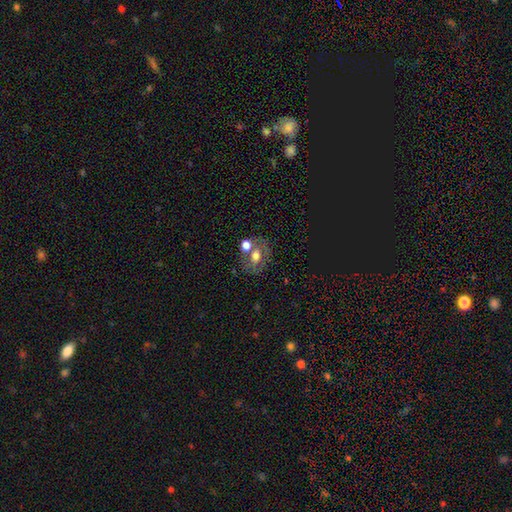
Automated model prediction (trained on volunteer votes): The model was most divided on "how rounded": in between: 54%, round: 45%, cigar-shaped: 1%. More confident: merging — none (54%); smooth or featured — smooth (51%).